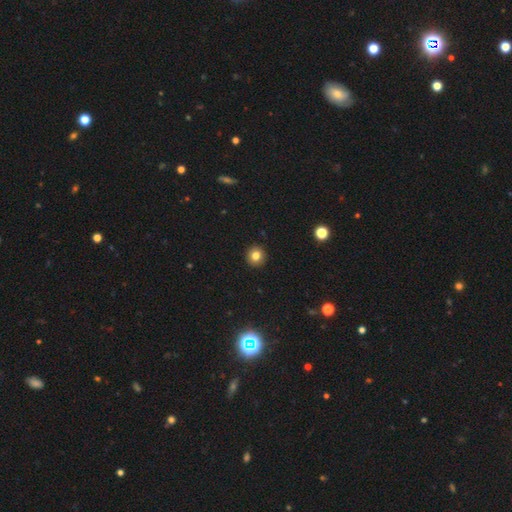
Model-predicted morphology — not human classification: Overall: smooth (80%). How rounded: round (94%). Merging: none (93%).